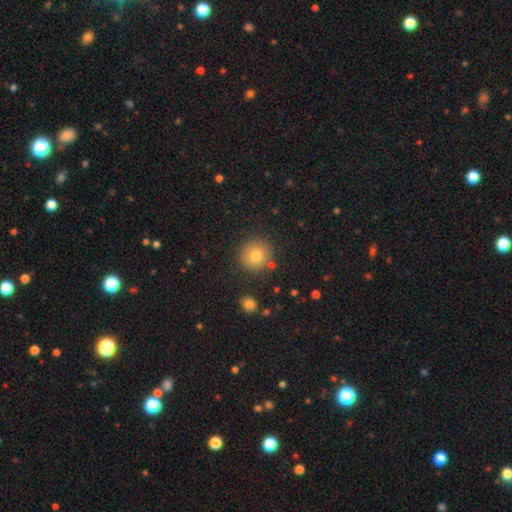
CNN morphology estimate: A smooth galaxy with no disk features (78%) that is round (93%). Merging: none (86%).